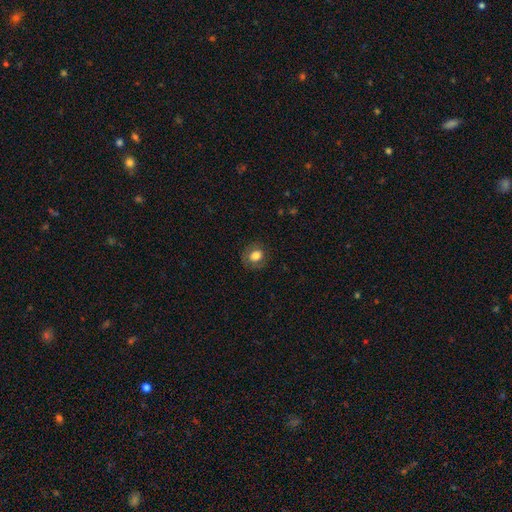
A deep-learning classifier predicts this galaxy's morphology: Smooth or featured?
  - smooth: 77% *
  - featured or disk: 13%
  - star or artifact: 10%
How rounded?
  - round: 65% *
  - in between: 34%
  - cigar-shaped: 1%
Merging?
  - none: 81% *
  - minor disturbance: 14%
  - major disturbance: 5%
  - merger: 1%